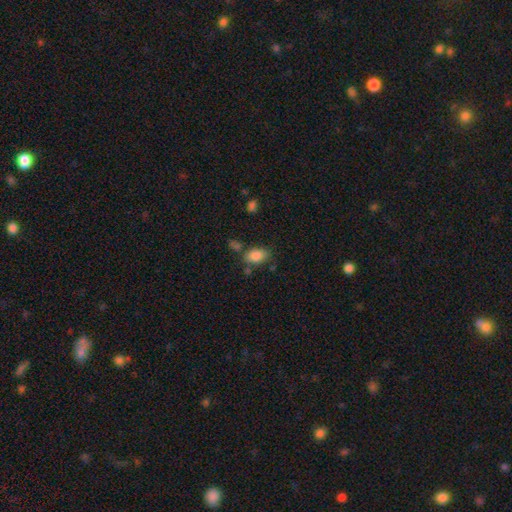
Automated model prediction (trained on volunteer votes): smooth_or_featured: smooth (p=0.85) [alt: star or artifact p=0.09]
how_rounded: in between (p=0.87) [alt: round p=0.11]
merging: none (p=0.67) [alt: minor disturbance p=0.16]